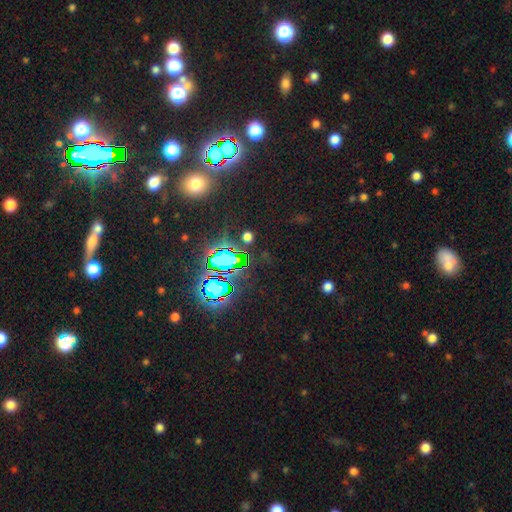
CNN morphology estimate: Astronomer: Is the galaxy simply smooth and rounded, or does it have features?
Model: star or artifact — 81%.